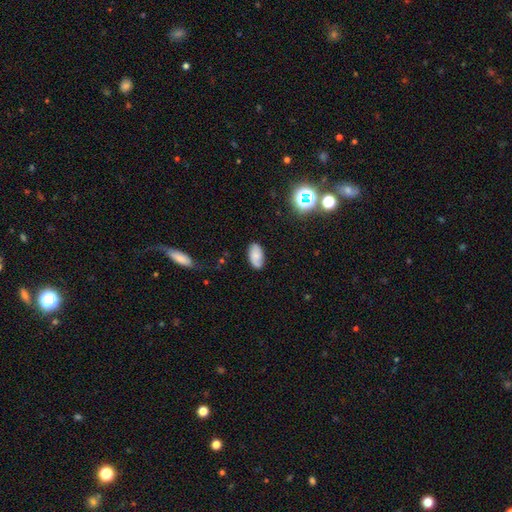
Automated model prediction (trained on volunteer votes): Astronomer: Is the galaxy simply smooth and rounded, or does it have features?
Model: smooth — 72%.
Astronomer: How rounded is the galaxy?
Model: in between — 94%.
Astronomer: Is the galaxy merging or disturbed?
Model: none — 80%.